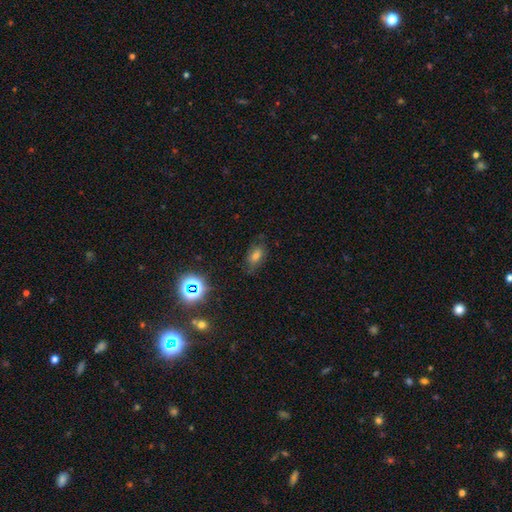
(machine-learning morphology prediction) smooth 55%, star or artifact 27%, featured or disk 18%. Down the decision tree: how rounded — in between (83%); merging — none (71%).